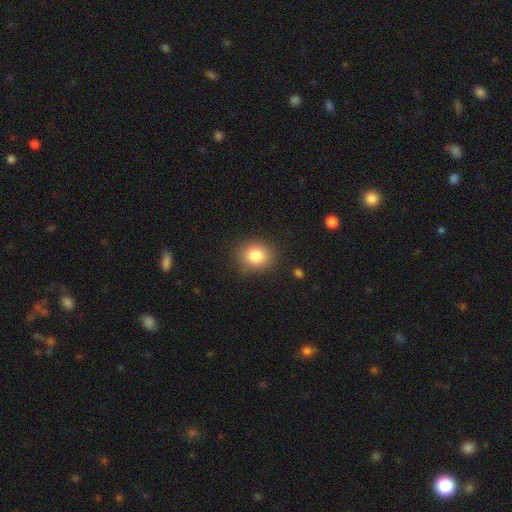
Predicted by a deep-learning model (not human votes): Smooth or featured: smooth — 83% (star or artifact — 10%)
How rounded: round — 69% (in between — 30%)
Merging: none — 86% (minor disturbance — 9%)